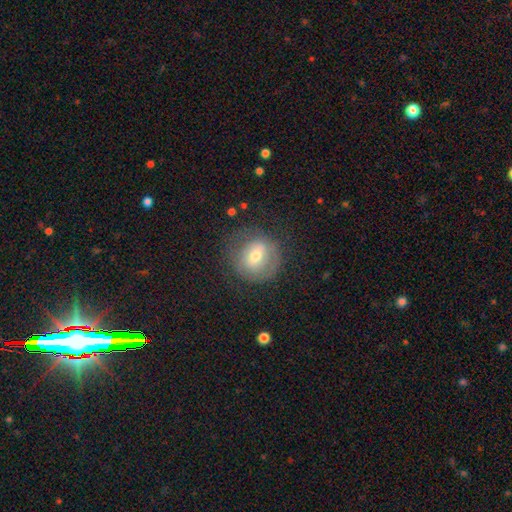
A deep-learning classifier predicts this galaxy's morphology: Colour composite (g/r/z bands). It shows a smooth galaxy with no disk features (51%) that is round (82%). Merging: none (70%).